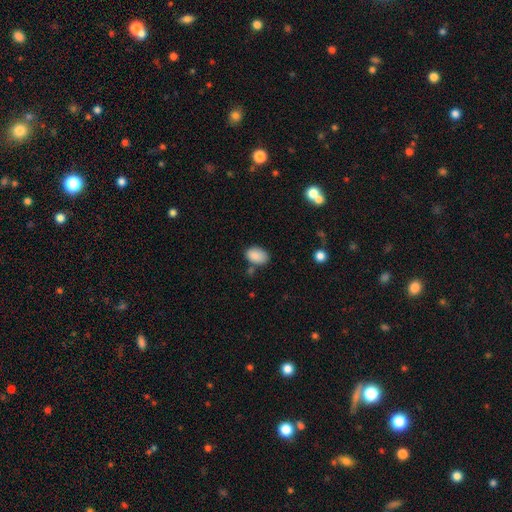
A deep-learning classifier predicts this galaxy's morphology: type=smooth (88%); roundness=in between (87%); merging=none (68%).